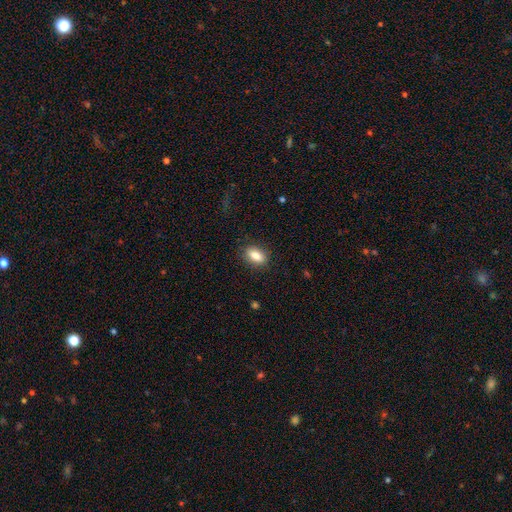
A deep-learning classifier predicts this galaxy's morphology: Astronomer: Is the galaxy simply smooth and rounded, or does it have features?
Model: smooth — 85%.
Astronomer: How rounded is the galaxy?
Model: in between — 87%.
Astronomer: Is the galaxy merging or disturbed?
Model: none — 85%.